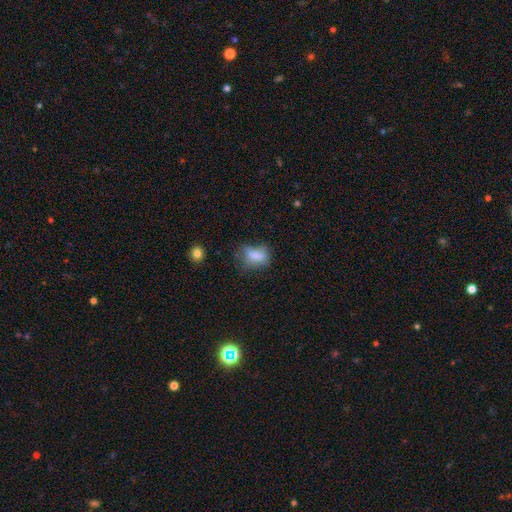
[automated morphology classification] type=smooth (72%); roundness=in between (77%); merging=none (41%).